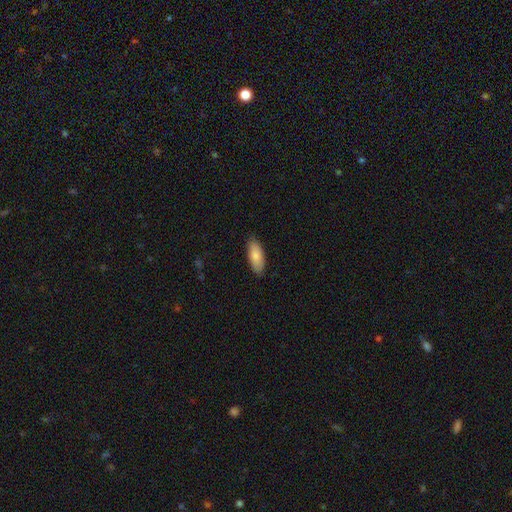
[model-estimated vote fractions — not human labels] smooth_or_featured: smooth (p=0.83) [alt: featured or disk p=0.12]
how_rounded: in between (p=0.80) [alt: cigar-shaped p=0.18]
merging: none (p=0.86) [alt: minor disturbance p=0.11]